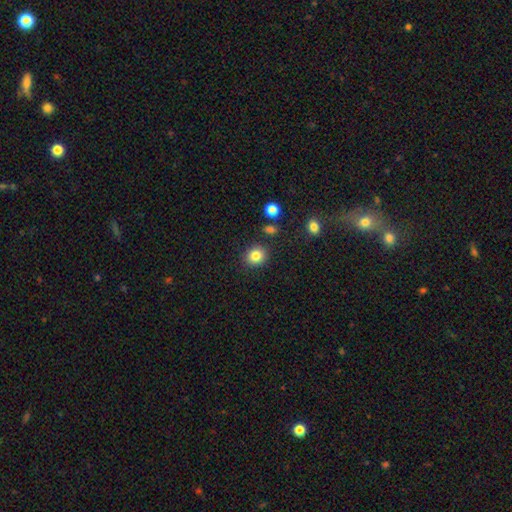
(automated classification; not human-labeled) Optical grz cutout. It shows a smooth galaxy with no disk features (83%) that is round (76%). Merging: none (87%).